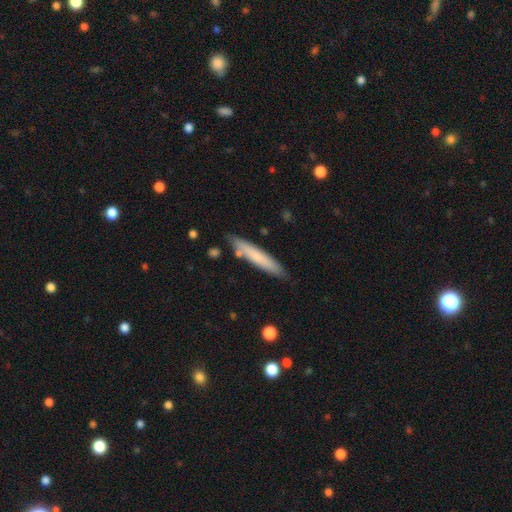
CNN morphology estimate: smooth_or_featured: smooth (p=0.69) [alt: featured or disk p=0.25]
how_rounded: cigar-shaped (p=0.92) [alt: in between p=0.07]
merging: none (p=0.83) [alt: minor disturbance p=0.12]